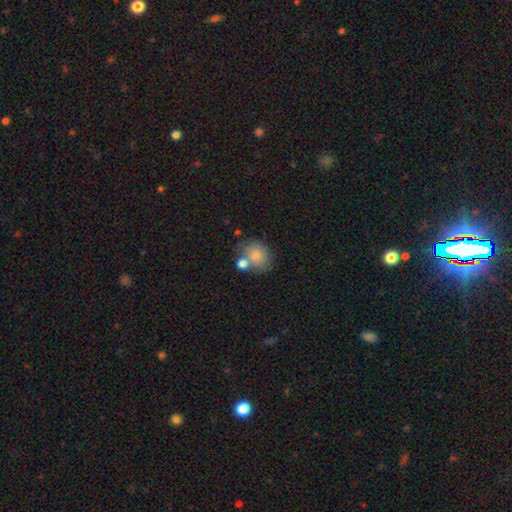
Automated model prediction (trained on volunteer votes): This is likely a smooth galaxy (77%). How rounded: likely round (73%). Merging: possibly none (52%).